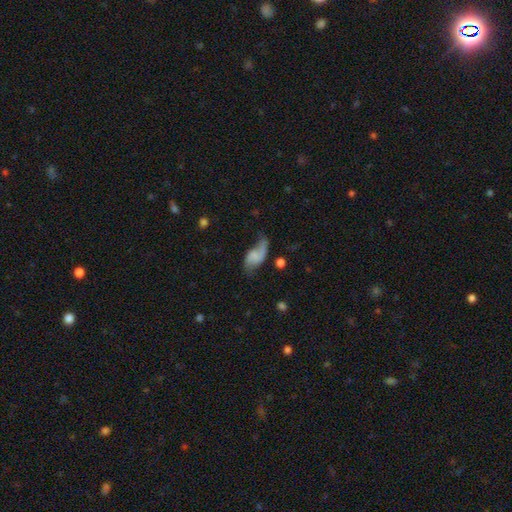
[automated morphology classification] A featured or disk galaxy (54%) with no bar (59%), spiral arms (85%) and no central bulge (60%). Merging: none (39%).